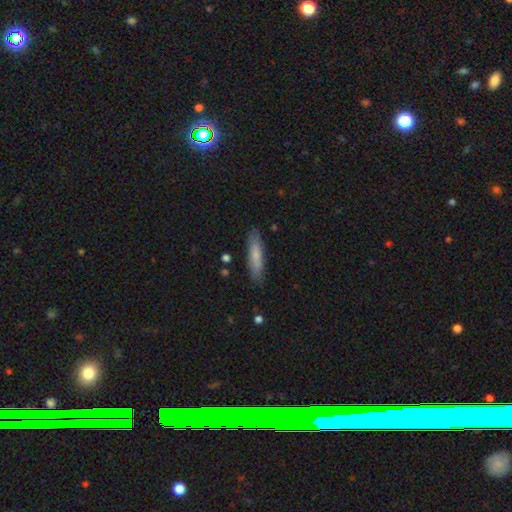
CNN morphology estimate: The model was most divided on "smooth or featured": smooth: 72%, featured or disk: 22%, star or artifact: 6%. More confident: merging — none (85%); how rounded — cigar-shaped (75%).